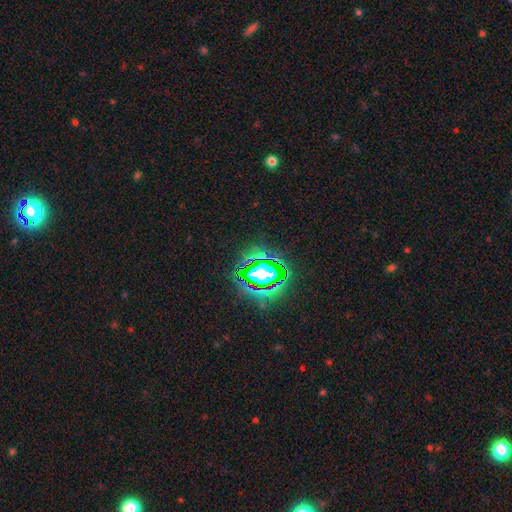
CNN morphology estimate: smooth_or_featured: star or artifact (p=0.84) [alt: smooth p=0.11]